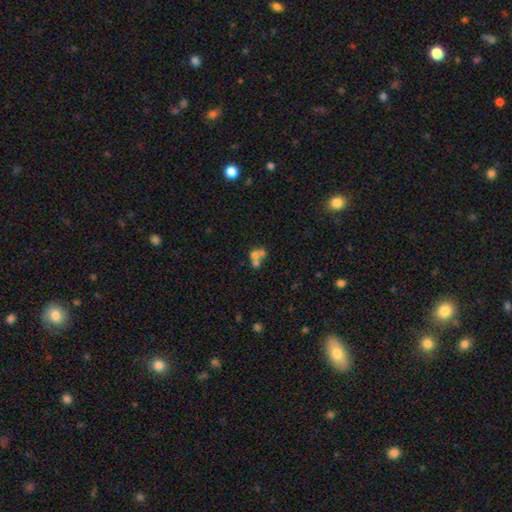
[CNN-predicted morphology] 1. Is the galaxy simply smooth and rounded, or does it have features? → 57% smooth, 28% featured or disk, 16% star or artifact.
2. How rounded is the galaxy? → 73% round, 25% in between, 1% cigar-shaped.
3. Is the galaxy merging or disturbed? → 63% merger, 27% none, 6% minor disturbance, 4% major disturbance.